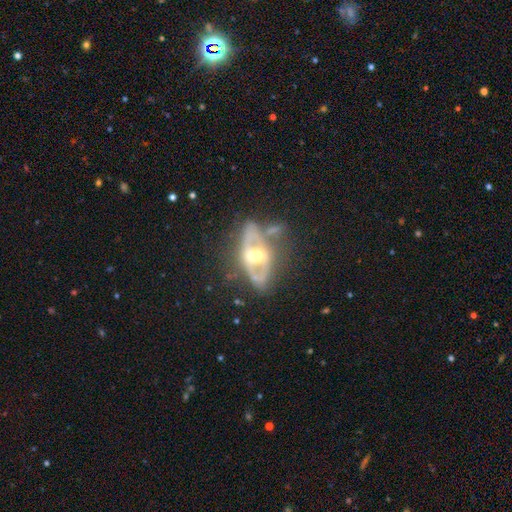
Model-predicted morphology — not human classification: smooth_or_featured: featured or disk (p=0.77) [alt: smooth p=0.17]
disk_edge_on: no (p=0.85) [alt: yes p=0.15]
bar: no (p=0.38) [alt: weak p=0.32]
has_spiral_arms: no (p=0.53) [alt: yes p=0.47]
bulge_size: moderate (p=0.71) [alt: large p=0.18]
merging: none (p=0.53) [alt: minor disturbance p=0.22]